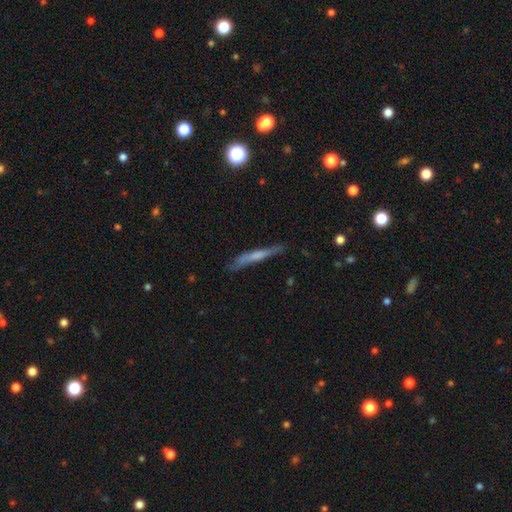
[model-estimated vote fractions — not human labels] smooth_or_featured: featured or disk (p=0.47) [alt: smooth p=0.45]
merging: none (p=0.70) [alt: minor disturbance p=0.21]